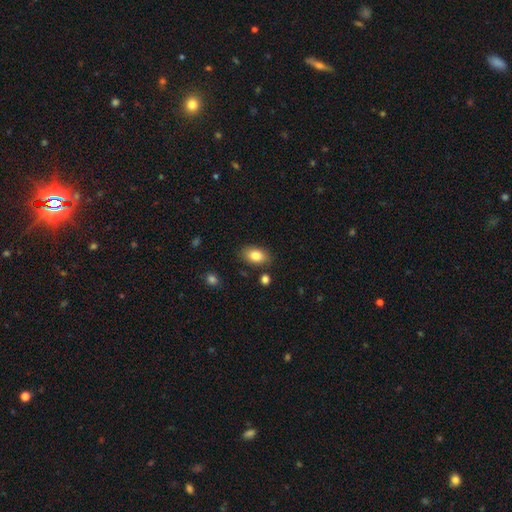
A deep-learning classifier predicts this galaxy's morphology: A smooth galaxy with no disk features (84%) that is in between round and cigar-shaped (88%).

Vote fractions:
- Smooth or featured? smooth: 84% / featured or disk: 8% / star or artifact: 8%
- How rounded? in between: 88% / round: 11% / cigar-shaped: 1%
- Merging? none: 82% / minor disturbance: 12% / merger: 3% / major disturbance: 3%